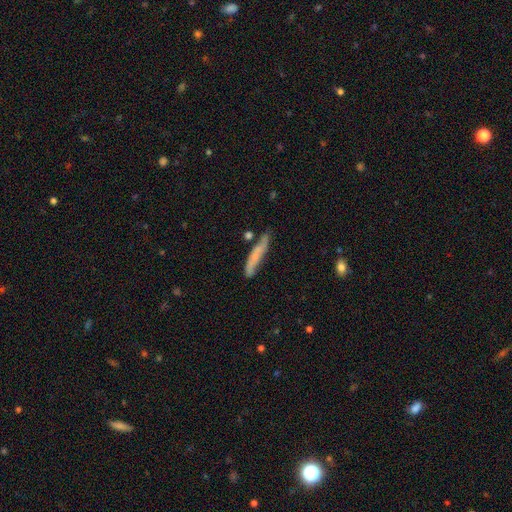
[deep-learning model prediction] smooth 56%, featured or disk 37%, star or artifact 7%. Down the decision tree: how rounded — cigar-shaped (90%); merging — none (63%).